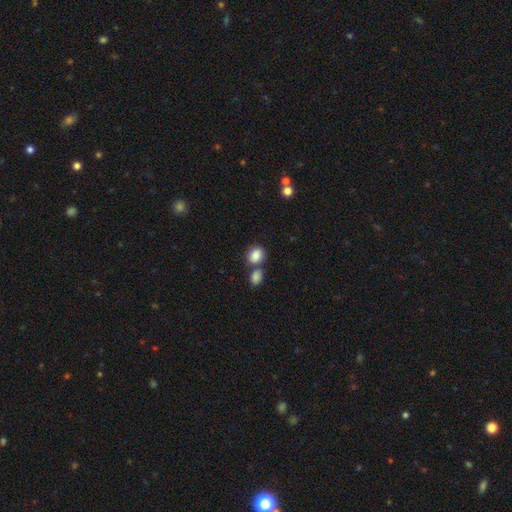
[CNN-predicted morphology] This is clearly a smooth galaxy (86%). How rounded: possibly round (54%). Merging: possibly none (53%).